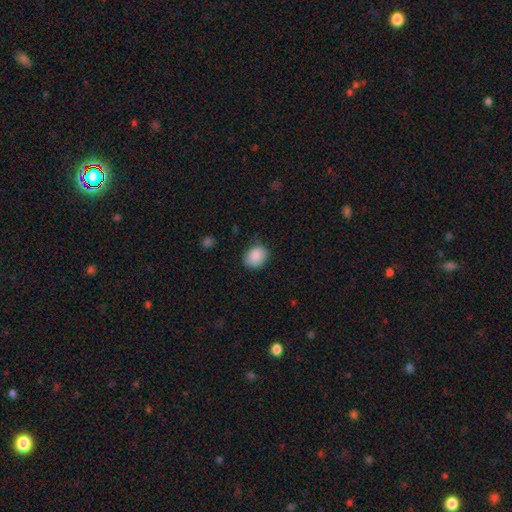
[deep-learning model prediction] A smooth galaxy with no disk features (87%) that is in between round and cigar-shaped (50%). Merging: none (76%).